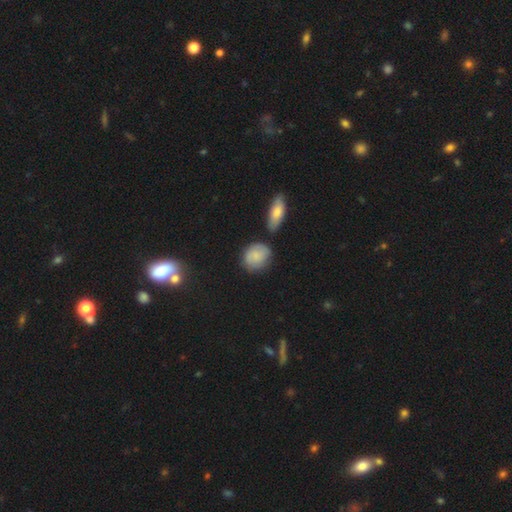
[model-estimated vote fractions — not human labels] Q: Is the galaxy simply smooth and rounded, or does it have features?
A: smooth — 75%.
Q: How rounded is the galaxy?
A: round — 54%.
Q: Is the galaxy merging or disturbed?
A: none — 69%.